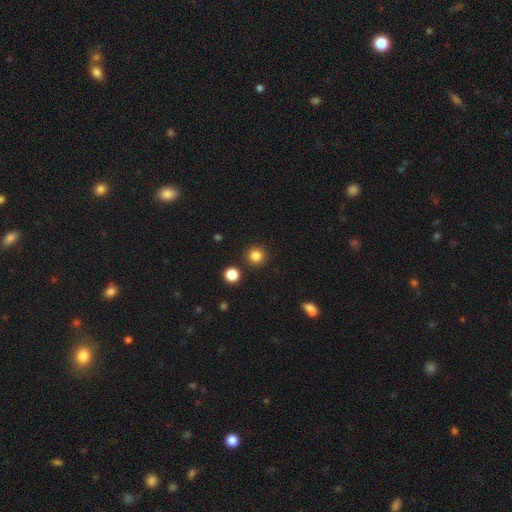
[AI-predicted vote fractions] Smooth or featured? smooth (84%)
How rounded? round (95%)
Merging? none (91%)